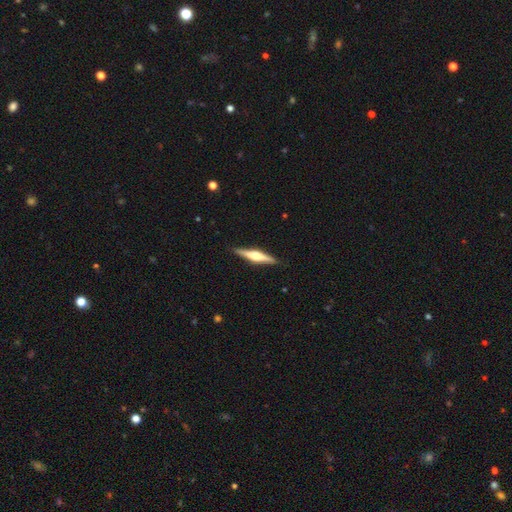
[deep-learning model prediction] smooth_or_featured: featured or disk (p=0.69) [alt: smooth p=0.26]
disk_edge_on: yes (p=0.98) [alt: no p=0.02]
edge_on_bulge: rounded (p=0.89) [alt: boxy p=0.08]
merging: none (p=0.90) [alt: minor disturbance p=0.08]